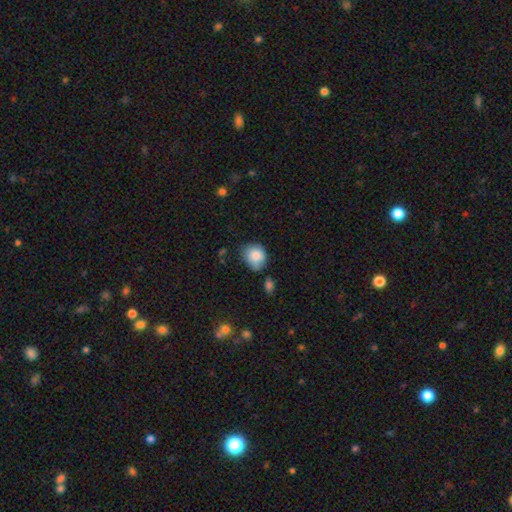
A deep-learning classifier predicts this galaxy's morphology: smooth 85%, star or artifact 8%, featured or disk 8%. Down the decision tree: how rounded — round (60%); merging — none (54%).